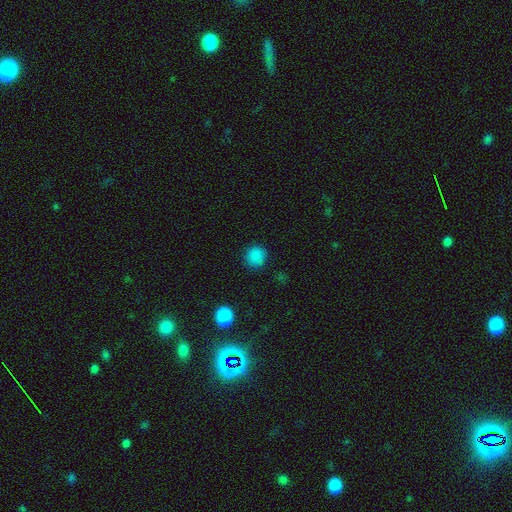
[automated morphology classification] A smooth galaxy with no disk features (84%) that is round (90%).

Vote fractions:
- Smooth or featured? smooth: 84% / star or artifact: 13% / featured or disk: 3%
- How rounded? round: 90% / in between: 9% / cigar-shaped: 1%
- Merging? none: 87% / minor disturbance: 9% / major disturbance: 3% / merger: 1%